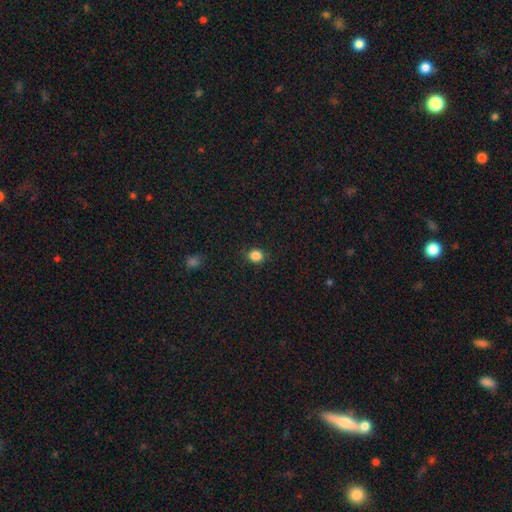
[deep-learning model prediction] Smooth or featured?
  - smooth: 85% *
  - star or artifact: 11%
  - featured or disk: 4%
How rounded?
  - round: 68% *
  - in between: 31%
  - cigar-shaped: 1%
Merging?
  - none: 86% *
  - minor disturbance: 10%
  - major disturbance: 3%
  - merger: 1%